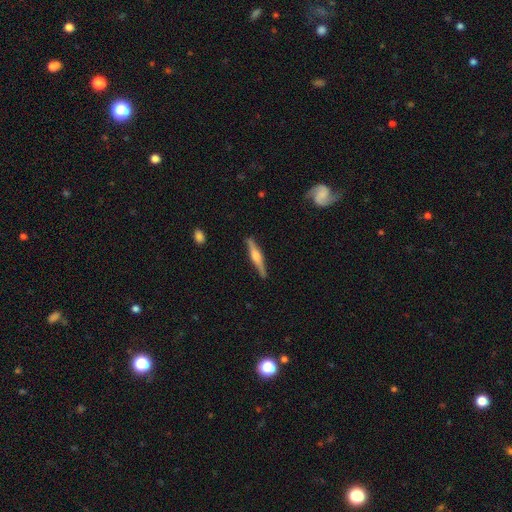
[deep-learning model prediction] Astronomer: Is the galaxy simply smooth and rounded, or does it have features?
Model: featured or disk — 74%.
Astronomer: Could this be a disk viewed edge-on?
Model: yes — 97%.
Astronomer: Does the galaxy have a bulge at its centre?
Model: rounded — 81%.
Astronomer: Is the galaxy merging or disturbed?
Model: none — 88%.